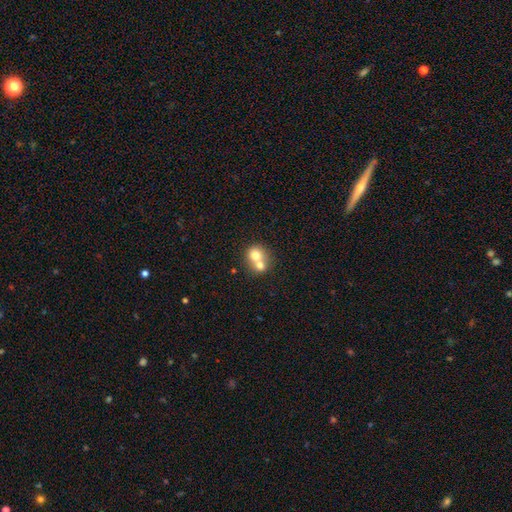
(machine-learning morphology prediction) smooth 70%, featured or disk 20%, star or artifact 10%. Down the decision tree: how rounded — round (80%); merging — merger (64%).